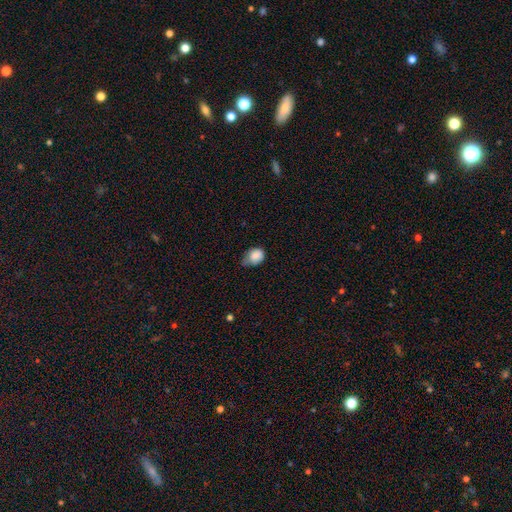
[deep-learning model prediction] smooth-or-featured: smooth: 84% | star or artifact: 8% | featured or disk: 7%
  how-rounded: in between: 53% | round: 46% | cigar-shaped: 1%
  merging: minor disturbance: 50% | none: 34% | major disturbance: 14% | merger: 3%